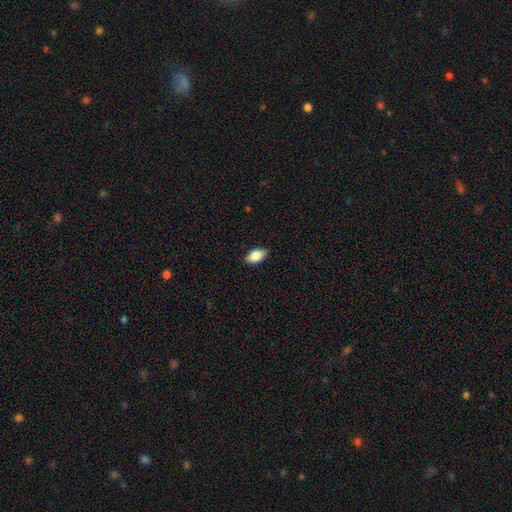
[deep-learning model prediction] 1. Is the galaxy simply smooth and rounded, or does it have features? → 83% smooth, 11% featured or disk, 7% star or artifact.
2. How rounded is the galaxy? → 92% in between, 5% round, 4% cigar-shaped.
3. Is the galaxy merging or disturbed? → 88% none, 9% minor disturbance, 2% major disturbance, 1% merger.